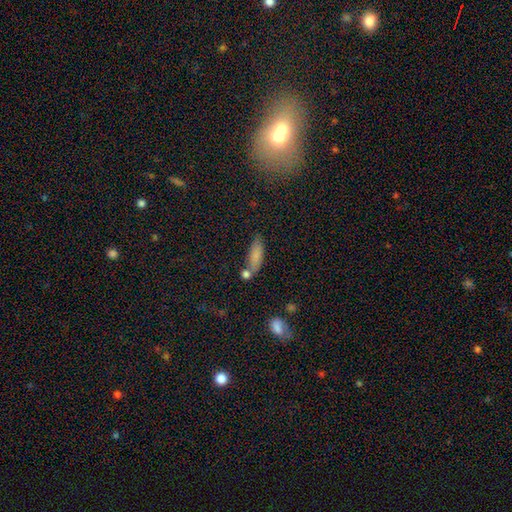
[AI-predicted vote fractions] Smooth or featured? Predicted: smooth (p=0.79). How rounded? Predicted: in between (p=0.59). Merging? Predicted: none (p=0.61).